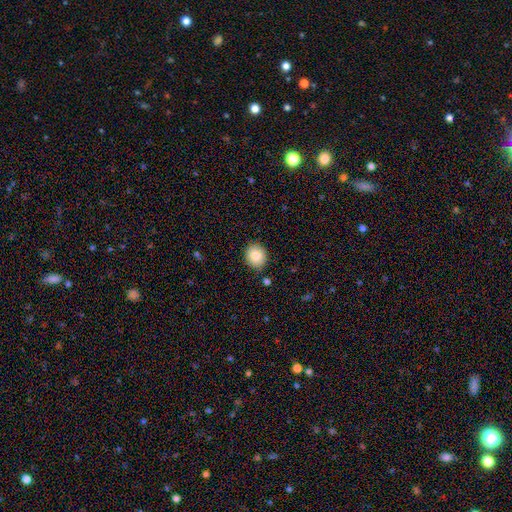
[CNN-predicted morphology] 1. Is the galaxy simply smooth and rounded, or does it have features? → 86% smooth, 8% star or artifact, 6% featured or disk.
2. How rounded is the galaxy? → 76% round, 23% in between, 1% cigar-shaped.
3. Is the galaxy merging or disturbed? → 86% none, 10% minor disturbance, 2% major disturbance, 2% merger.